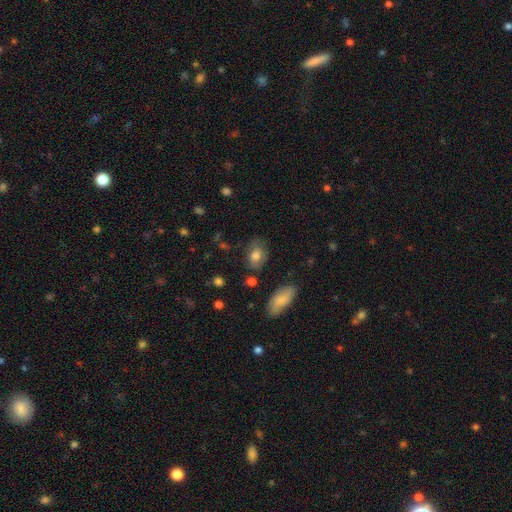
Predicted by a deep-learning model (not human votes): Q: Smooth or featured?
A: smooth (76%); runner-up: featured or disk (15%)
Q: How rounded?
A: in between (81%); runner-up: round (17%)
Q: Merging?
A: none (67%); runner-up: minor disturbance (23%)